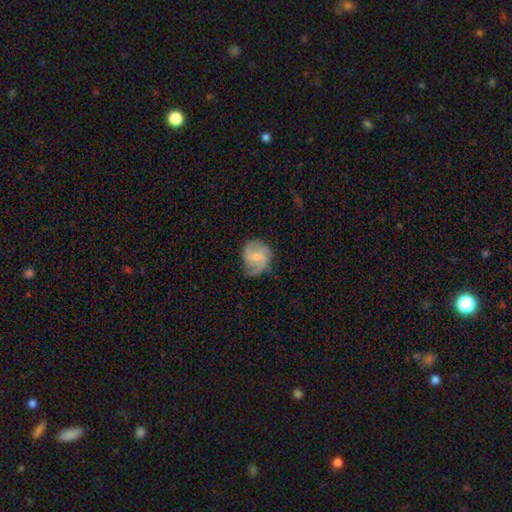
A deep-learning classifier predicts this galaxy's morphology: Q: Smooth or featured?
A: featured or disk (63%); runner-up: smooth (30%)
Q: Edge-on disk?
A: no (98%); runner-up: yes (2%)
Q: Bar?
A: no (50%); runner-up: weak (43%)
Q: Spiral arms?
A: yes (92%); runner-up: no (8%)
Q: Spiral winding?
A: medium (46%); runner-up: tight (28%)
Q: Spiral arm count?
A: 2 (56%); runner-up: can't tell (16%)
Q: Bulge size?
A: small (54%); runner-up: moderate (35%)
Q: Merging?
A: none (61%); runner-up: minor disturbance (26%)